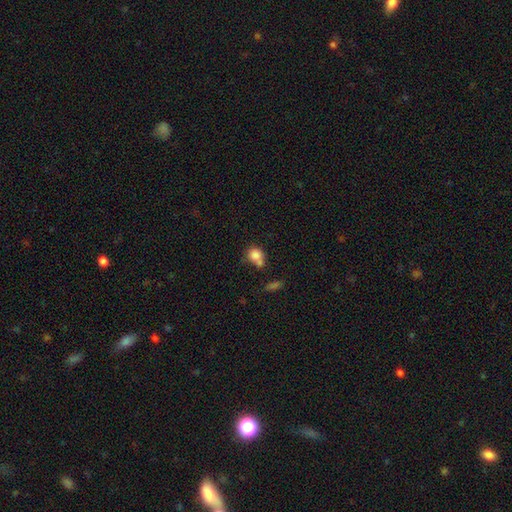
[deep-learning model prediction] Overall: smooth (81%). How rounded: round (69%; in between 30%). Merging: none (39%, tied with merger).